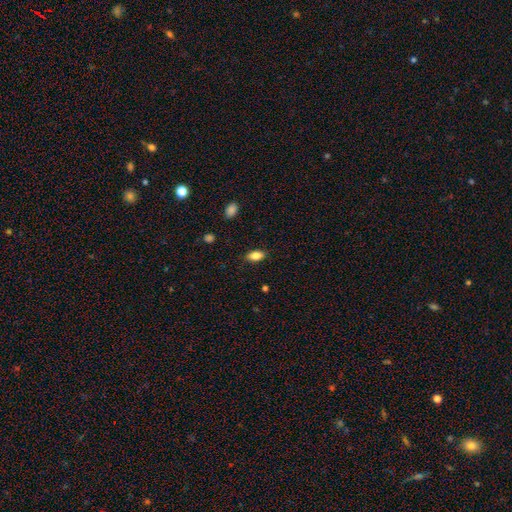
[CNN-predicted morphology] Smooth or featured: smooth — 84% (featured or disk — 8%)
How rounded: in between — 89% (cigar-shaped — 6%)
Merging: none — 86% (minor disturbance — 10%)